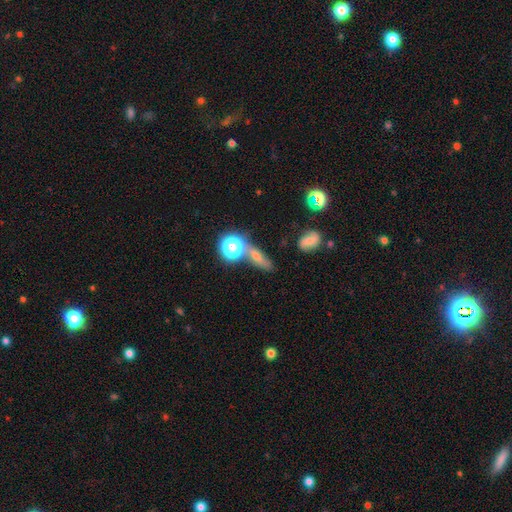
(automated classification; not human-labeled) Smooth or featured: smooth — 43% (star or artifact — 33%)
Merging: none — 61% (merger — 17%)